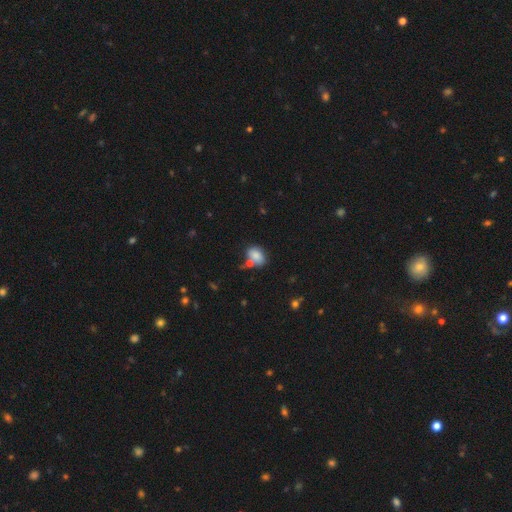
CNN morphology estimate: A smooth galaxy with no disk features (82%) that is in between round and cigar-shaped (82%).

Vote fractions:
- Smooth or featured? smooth: 82% / star or artifact: 9% / featured or disk: 9%
- How rounded? in between: 82% / round: 17% / cigar-shaped: 1%
- Merging? none: 53% / merger: 23% / minor disturbance: 18% / major disturbance: 6%